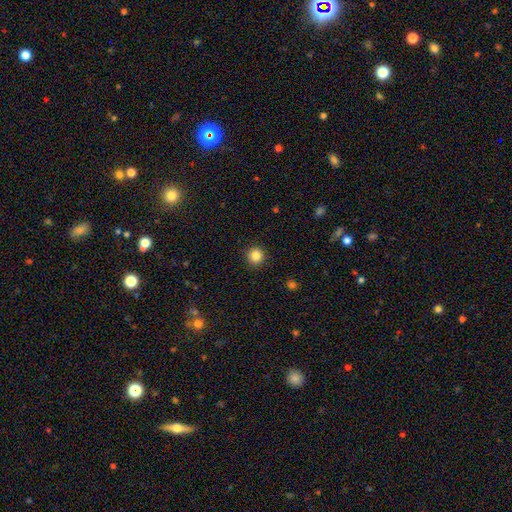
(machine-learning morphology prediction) type=smooth (85%); roundness=round (94%); merging=none (92%).